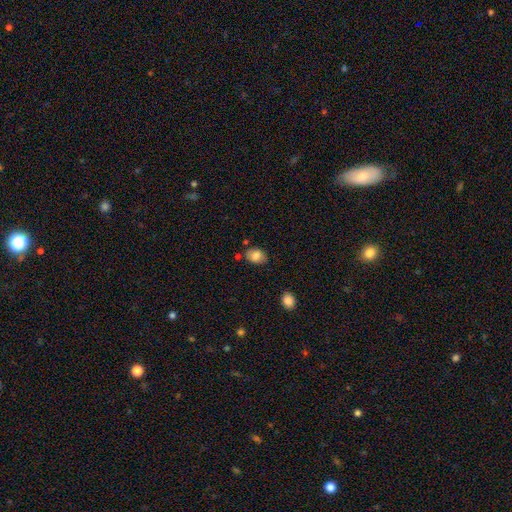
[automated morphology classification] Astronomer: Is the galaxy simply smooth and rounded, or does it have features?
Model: smooth — 83%.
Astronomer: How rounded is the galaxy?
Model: in between — 70%.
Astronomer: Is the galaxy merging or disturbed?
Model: none — 75%.